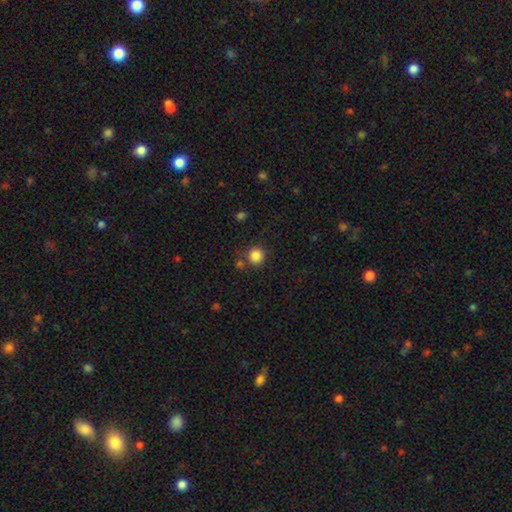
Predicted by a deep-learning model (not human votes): Morphology: type=smooth (85%); roundness=round (93%); merging=none (78%).